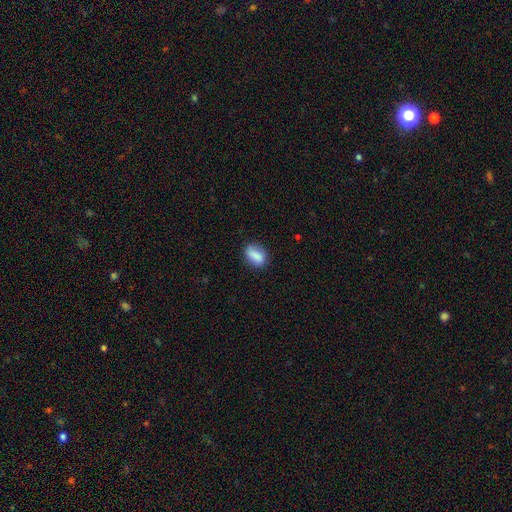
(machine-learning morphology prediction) smooth-or-featured: smooth: 84% | featured or disk: 8% | star or artifact: 8%
  how-rounded: in between: 80% | round: 13% | cigar-shaped: 7%
  merging: none: 77% | minor disturbance: 17% | major disturbance: 4% | merger: 2%